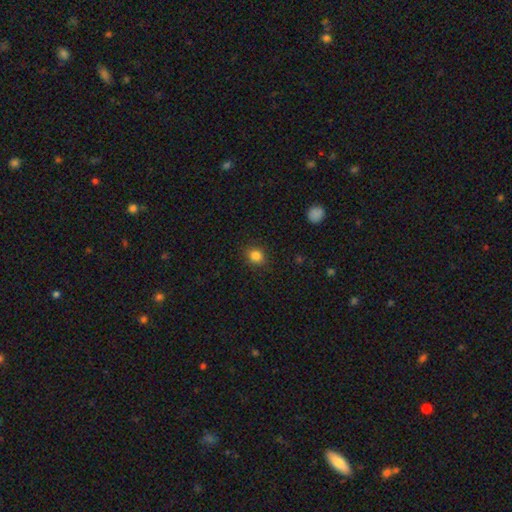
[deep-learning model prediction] Smooth or featured?
  - smooth: 84% *
  - star or artifact: 12%
  - featured or disk: 4%
How rounded?
  - round: 77% *
  - in between: 22%
  - cigar-shaped: 1%
Merging?
  - none: 88% *
  - minor disturbance: 8%
  - major disturbance: 2%
  - merger: 1%